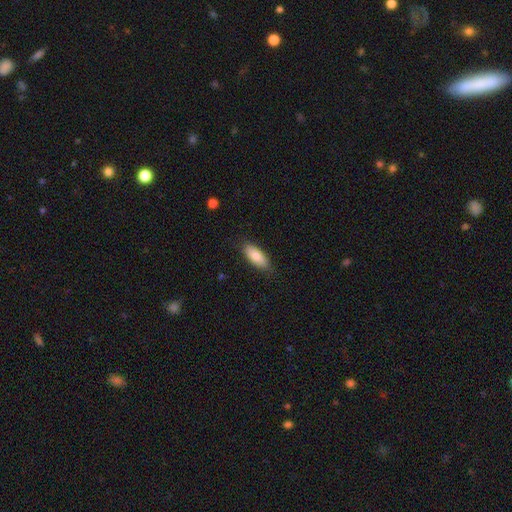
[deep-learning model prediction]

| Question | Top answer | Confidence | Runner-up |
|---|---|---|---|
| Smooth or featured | smooth | 81% | featured or disk (12%) |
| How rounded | in between | 81% | cigar-shaped (17%) |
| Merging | none | 83% | minor disturbance (13%) |